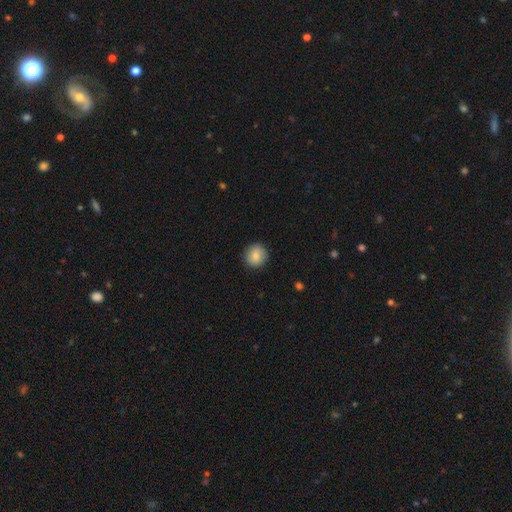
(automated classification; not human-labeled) smooth-or-featured: smooth: 80% | featured or disk: 11% | star or artifact: 8%
  how-rounded: round: 93% | in between: 6% | cigar-shaped: 1%
  merging: none: 90% | minor disturbance: 7% | major disturbance: 2% | merger: 1%